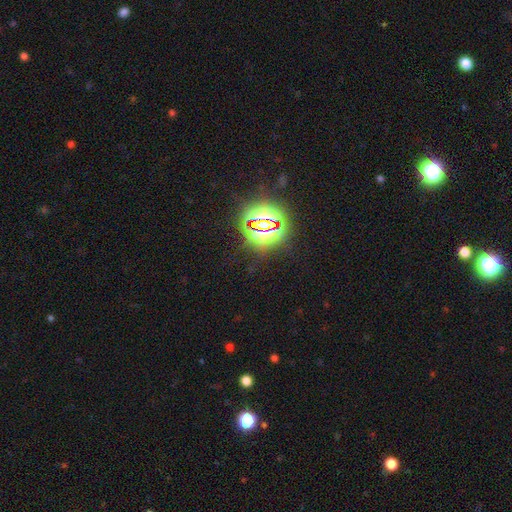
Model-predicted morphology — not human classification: type=star or artifact (82%).